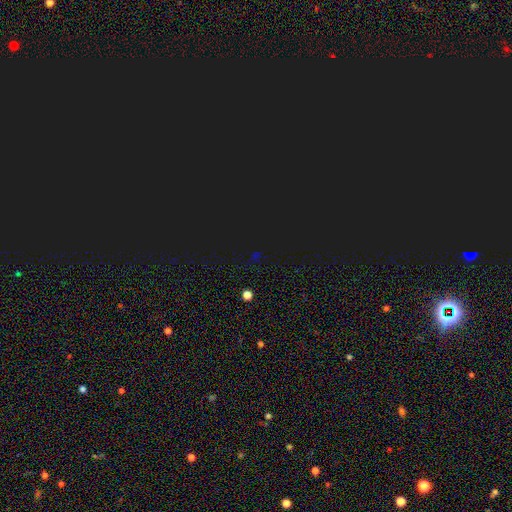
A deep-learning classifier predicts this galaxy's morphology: Smooth or featured?
  - star or artifact: 73% *
  - smooth: 21%
  - featured or disk: 6%